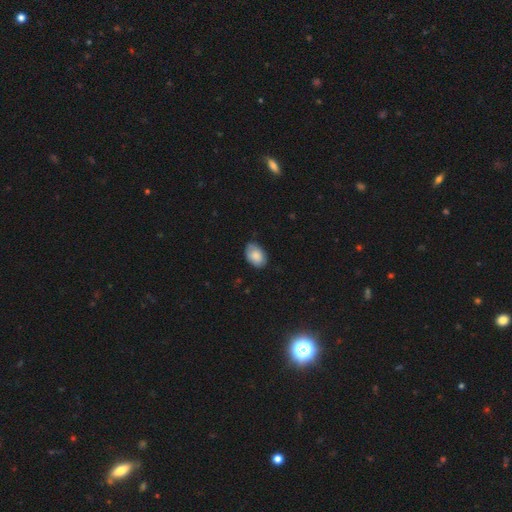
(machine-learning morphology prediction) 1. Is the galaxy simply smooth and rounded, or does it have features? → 85% smooth, 9% featured or disk, 7% star or artifact.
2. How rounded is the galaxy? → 87% in between, 12% round, 1% cigar-shaped.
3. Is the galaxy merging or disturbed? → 76% none, 20% minor disturbance, 3% major disturbance, 1% merger.